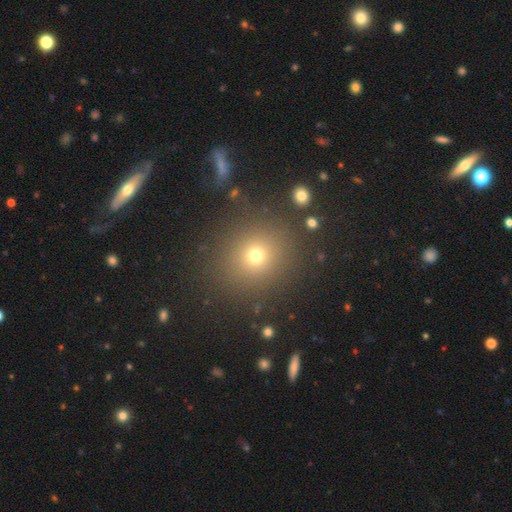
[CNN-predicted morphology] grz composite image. It shows a smooth galaxy with no disk features (70%) that is round (83%). Merging: none (85%).